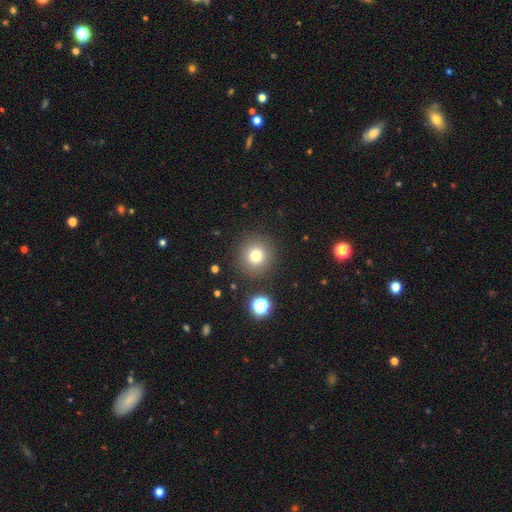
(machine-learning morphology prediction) smooth-or-featured: smooth: 76% | star or artifact: 15% | featured or disk: 9%
  how-rounded: round: 94% | in between: 5% | cigar-shaped: 1%
  merging: none: 88% | minor disturbance: 6% | major disturbance: 3% | merger: 2%